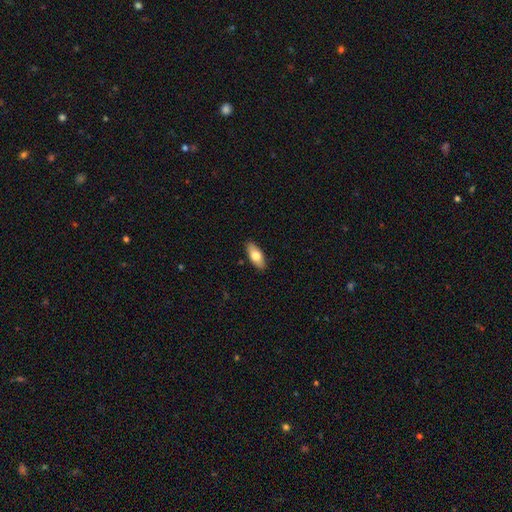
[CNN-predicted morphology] Smooth or featured: smooth — 72% (featured or disk — 22%)
How rounded: in between — 82% (cigar-shaped — 15%)
Merging: none — 89% (minor disturbance — 8%)